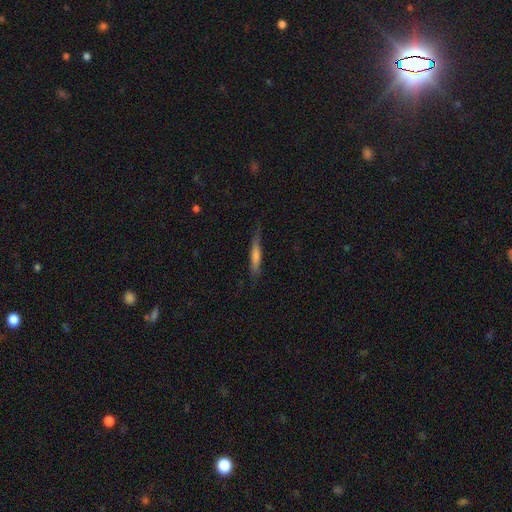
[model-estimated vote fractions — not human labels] Smooth or featured: smooth — 50% (featured or disk — 42%)
Merging: none — 77% (minor disturbance — 18%)